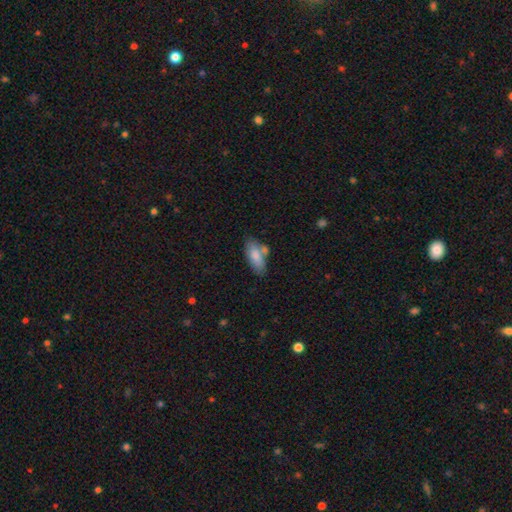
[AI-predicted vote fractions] Smooth or featured? Predicted: smooth (p=0.80). How rounded? Predicted: in between (p=0.80). Merging? Predicted: none (p=0.57).